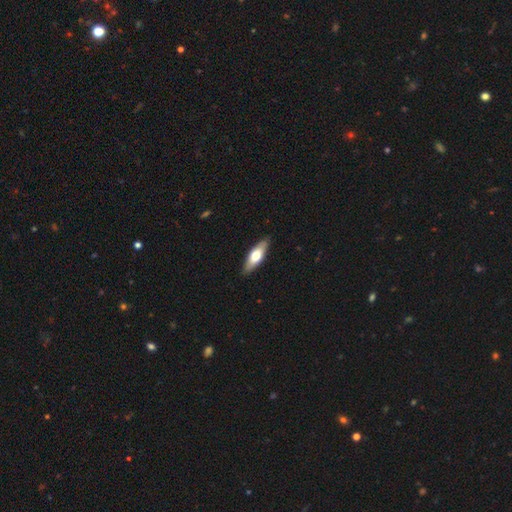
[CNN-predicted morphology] smooth_or_featured: smooth (p=0.57) [alt: featured or disk p=0.38]
how_rounded: in between (p=0.60) [alt: cigar-shaped p=0.38]
merging: none (p=0.87) [alt: minor disturbance p=0.10]